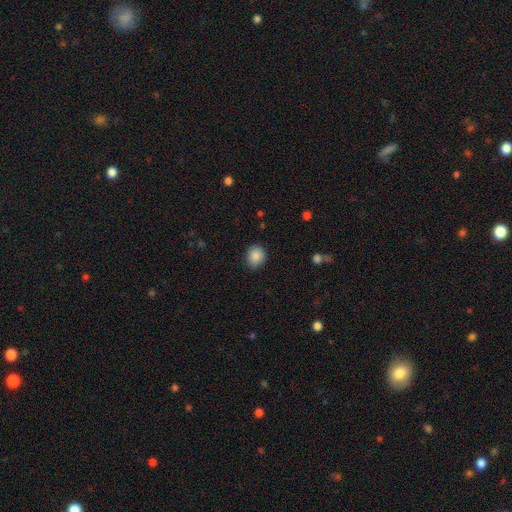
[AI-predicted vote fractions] smooth_or_featured: smooth (p=0.86) [alt: star or artifact p=0.09]
how_rounded: round (p=0.63) [alt: in between p=0.37]
merging: none (p=0.84) [alt: minor disturbance p=0.13]